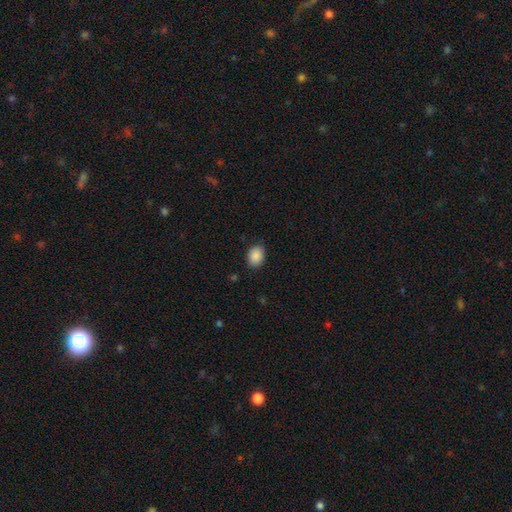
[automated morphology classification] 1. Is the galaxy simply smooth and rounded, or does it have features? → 89% smooth, 8% star or artifact, 3% featured or disk.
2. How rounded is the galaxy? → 64% in between, 35% round, 1% cigar-shaped.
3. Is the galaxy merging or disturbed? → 87% none, 10% minor disturbance, 2% major disturbance, 1% merger.